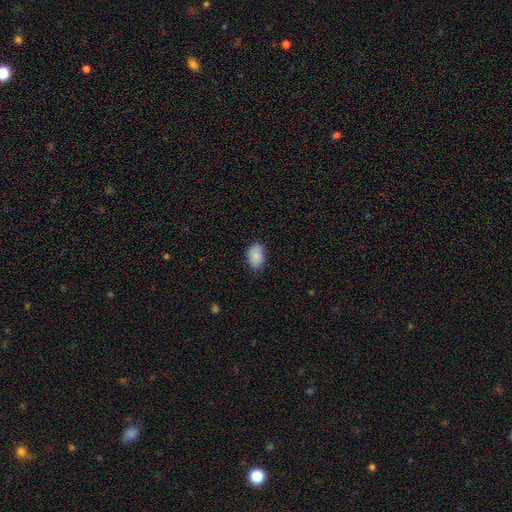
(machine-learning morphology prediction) Smooth or featured? smooth (89%)
How rounded? in between (89%)
Merging? none (79%)